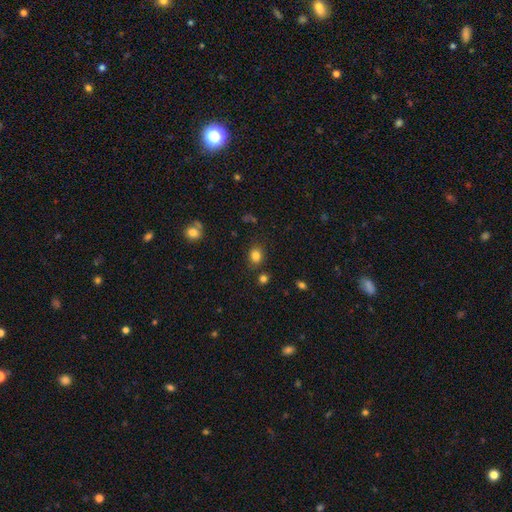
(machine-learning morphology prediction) smooth_or_featured: smooth (p=0.82) [alt: star or artifact p=0.12]
how_rounded: round (p=0.56) [alt: in between p=0.43]
merging: none (p=0.81) [alt: minor disturbance p=0.11]